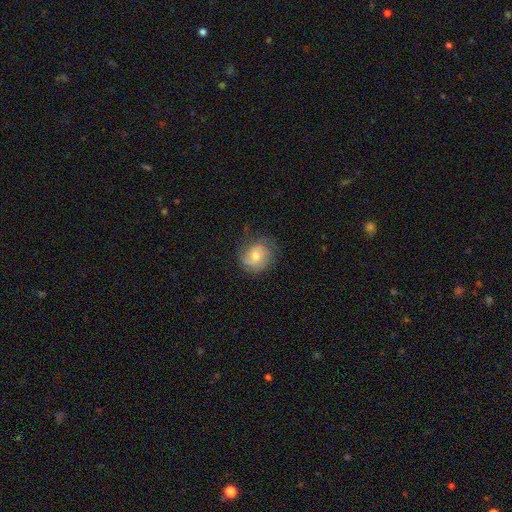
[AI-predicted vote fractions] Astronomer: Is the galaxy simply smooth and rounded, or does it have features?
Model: featured or disk — 50% (runner-up: smooth, 41%).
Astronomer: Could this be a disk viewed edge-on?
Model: no — 97%.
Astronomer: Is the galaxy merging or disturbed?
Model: none — 70%.